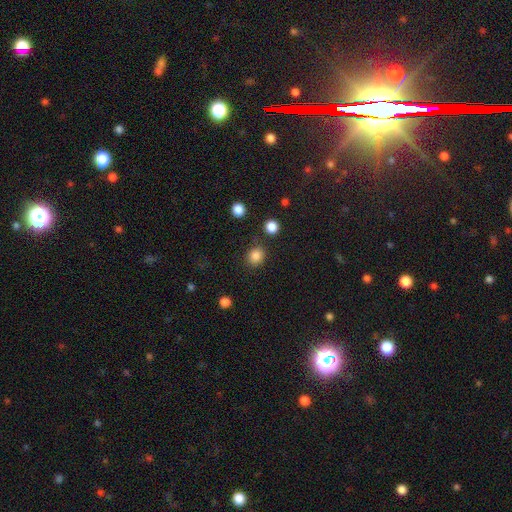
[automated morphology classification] type=smooth (85%); roundness=round (75%); merging=none (82%).